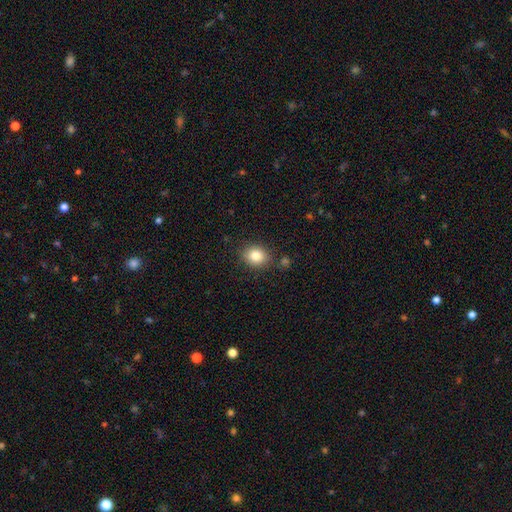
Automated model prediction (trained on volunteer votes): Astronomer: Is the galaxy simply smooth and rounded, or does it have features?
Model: smooth — 84%.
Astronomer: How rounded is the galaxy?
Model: round — 63%.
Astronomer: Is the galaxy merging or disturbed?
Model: none — 82%.